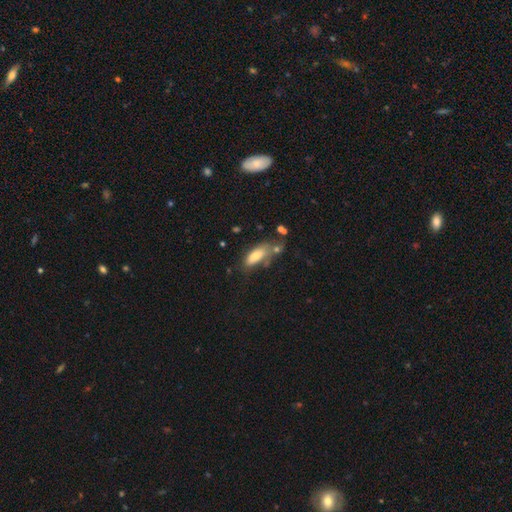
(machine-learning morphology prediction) Q: Smooth or featured?
A: smooth (72%); runner-up: featured or disk (19%)
Q: How rounded?
A: in between (75%); runner-up: cigar-shaped (22%)
Q: Merging?
A: none (50%); runner-up: minor disturbance (24%)